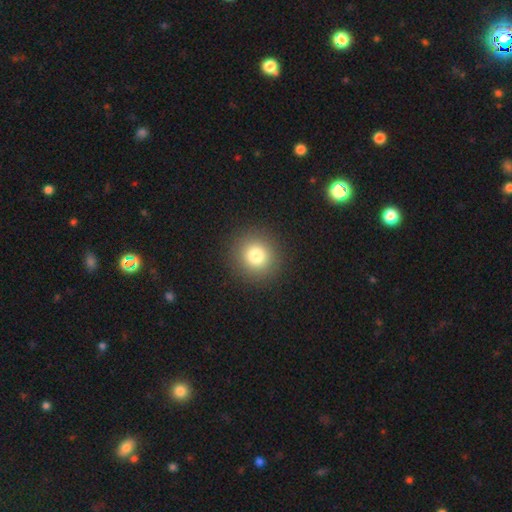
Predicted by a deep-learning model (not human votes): This appears to be a smooth galaxy with no disk features (79%) that is round (92%). Merging: none (91%).